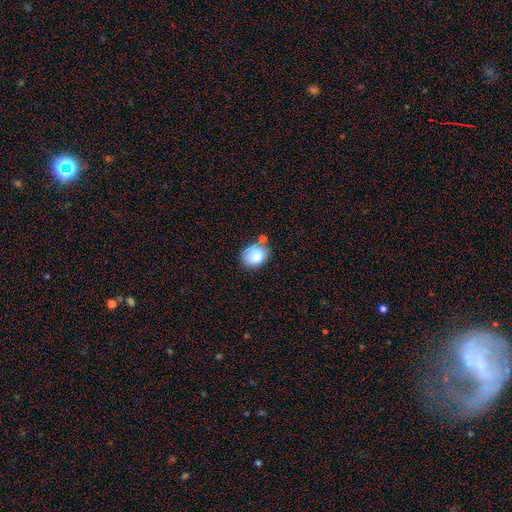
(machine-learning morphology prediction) Smooth or featured? Predicted: smooth (p=0.83). How rounded? Predicted: round (p=0.66). Merging? Predicted: none (p=0.60).